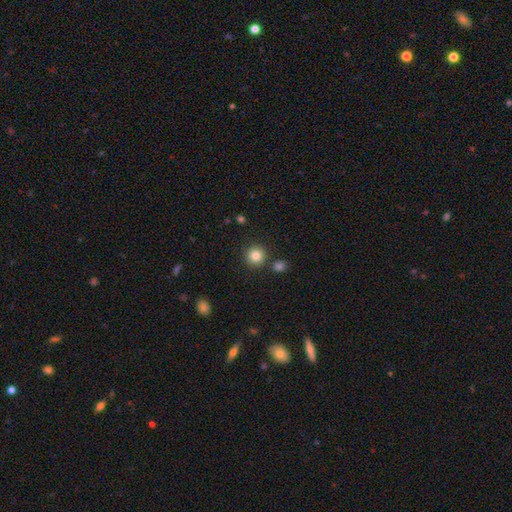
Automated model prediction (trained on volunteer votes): A smooth galaxy with no disk features (84%) that is round (94%).

Vote fractions:
- Smooth or featured? smooth: 84% / star or artifact: 11% / featured or disk: 6%
- How rounded? round: 94% / in between: 5% / cigar-shaped: 1%
- Merging? none: 86% / minor disturbance: 6% / merger: 5% / major disturbance: 2%